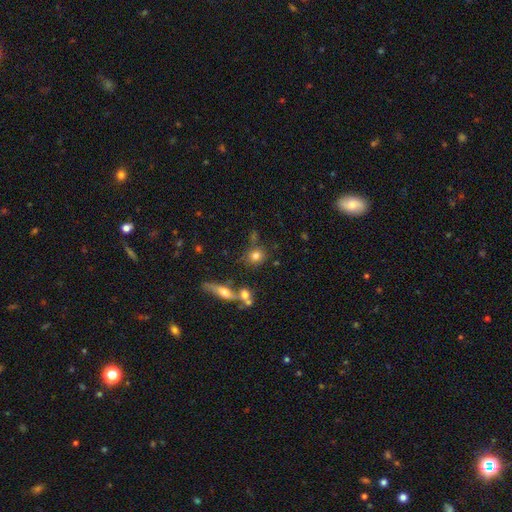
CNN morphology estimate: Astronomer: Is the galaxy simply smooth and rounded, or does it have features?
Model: smooth — 73%.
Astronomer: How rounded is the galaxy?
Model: round — 74%.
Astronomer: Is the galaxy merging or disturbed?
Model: none — 66%.